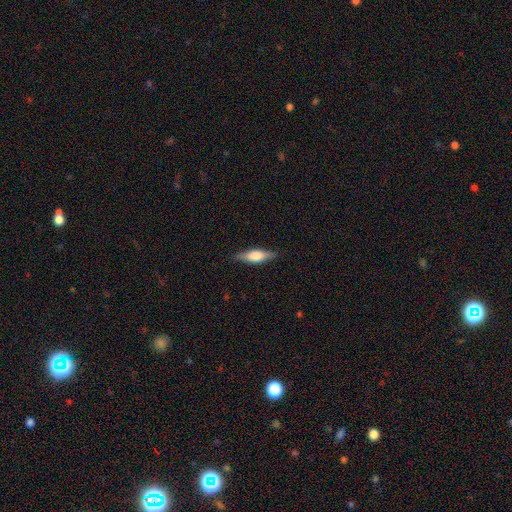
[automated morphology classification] Overall: smooth (49%; featured or disk 44%). Merging: none (86%).